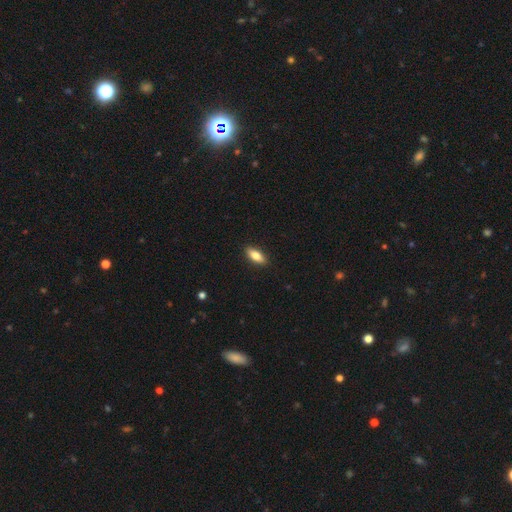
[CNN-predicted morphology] Smooth or featured?
  - smooth: 79% *
  - featured or disk: 15%
  - star or artifact: 6%
How rounded?
  - in between: 79% *
  - cigar-shaped: 18%
  - round: 3%
Merging?
  - none: 90% *
  - minor disturbance: 8%
  - major disturbance: 2%
  - merger: 1%